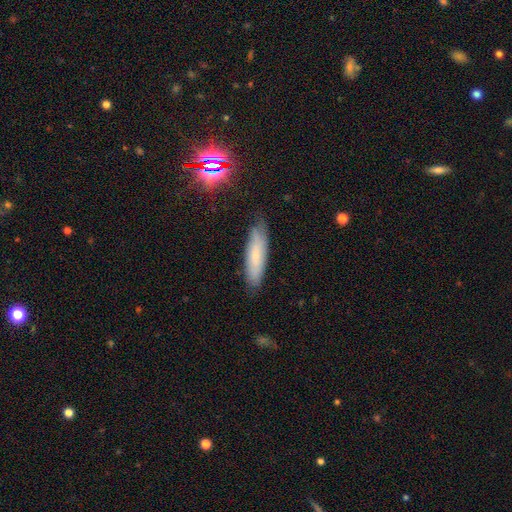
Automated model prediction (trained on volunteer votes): Overall: smooth (64%; featured or disk 26%). How rounded: cigar-shaped (67%; in between 31%). Merging: none (78%).